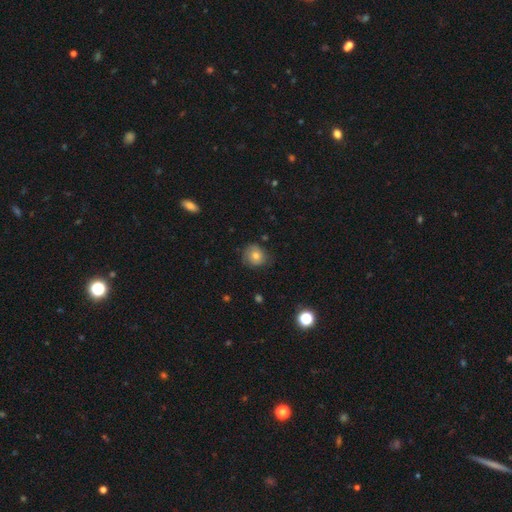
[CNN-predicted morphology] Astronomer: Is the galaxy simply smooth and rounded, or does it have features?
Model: smooth — 63%.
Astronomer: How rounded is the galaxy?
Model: round — 82%.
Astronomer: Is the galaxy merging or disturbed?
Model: none — 69%.